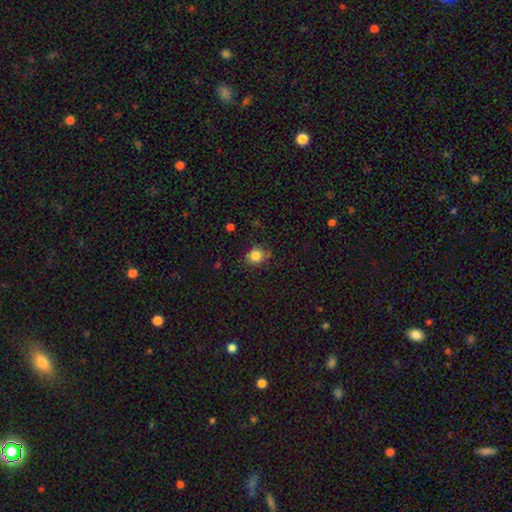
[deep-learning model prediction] A smooth galaxy with no disk features (83%) that is round (77%). Merging: none (79%).